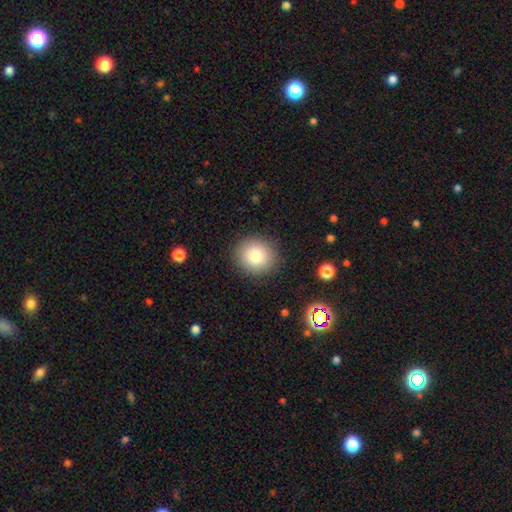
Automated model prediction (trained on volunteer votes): Smooth or featured?
  - smooth: 81% *
  - star or artifact: 10%
  - featured or disk: 9%
How rounded?
  - round: 87% *
  - in between: 12%
  - cigar-shaped: 1%
Merging?
  - none: 90% *
  - minor disturbance: 7%
  - major disturbance: 2%
  - merger: 1%